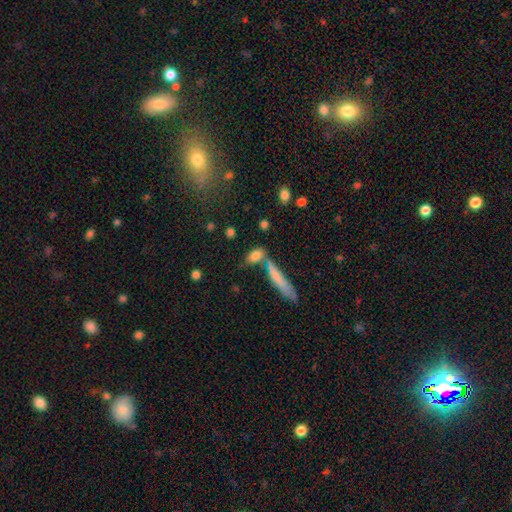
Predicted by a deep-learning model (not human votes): The model was most divided on "merging": none: 55%, merger: 24%, minor disturbance: 14%, major disturbance: 6%. More confident: smooth or featured — smooth (77%); how rounded — in between (63%).